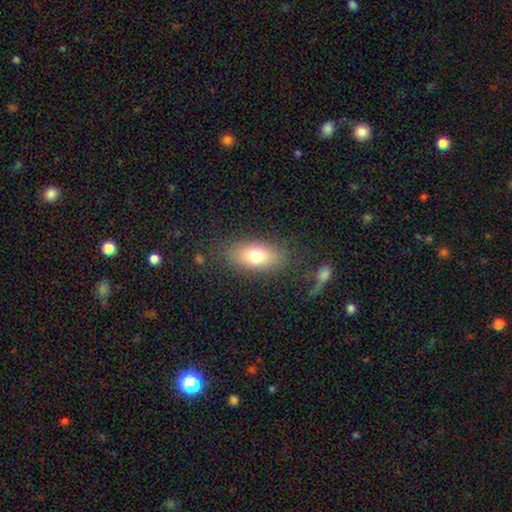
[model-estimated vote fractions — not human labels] Overall: smooth (74%). How rounded: in between (87%). Merging: none (80%).